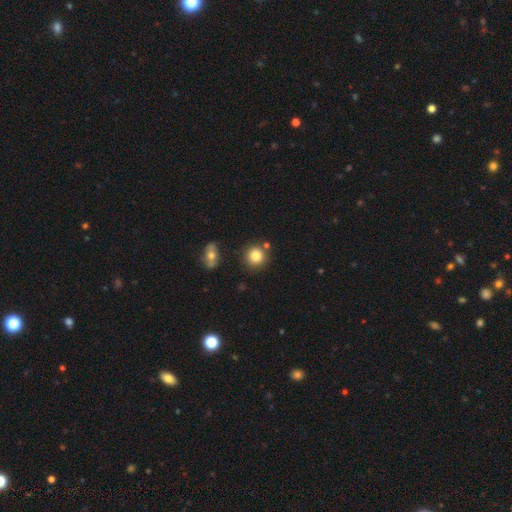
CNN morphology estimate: smooth_or_featured: smooth (p=0.82) [alt: star or artifact p=0.10]
how_rounded: round (p=0.90) [alt: in between p=0.08]
merging: none (p=0.80) [alt: minor disturbance p=0.09]